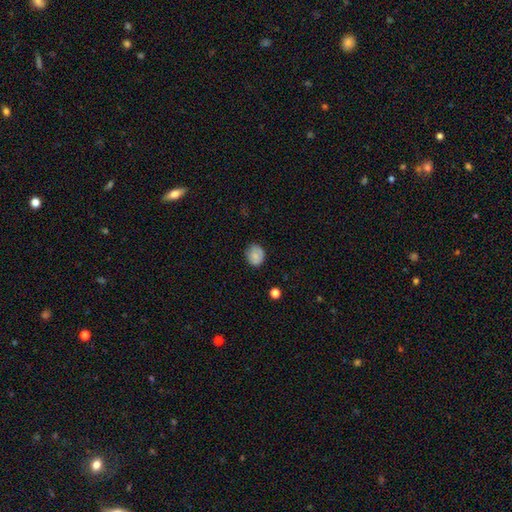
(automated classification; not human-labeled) smooth_or_featured: smooth (p=0.76) [alt: featured or disk p=0.15]
how_rounded: round (p=0.66) [alt: in between p=0.33]
merging: none (p=0.76) [alt: minor disturbance p=0.19]